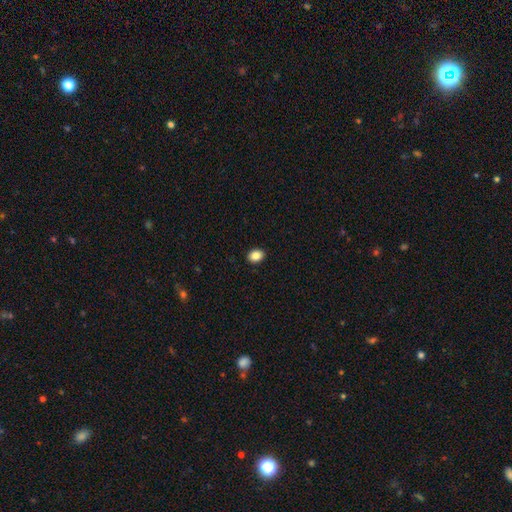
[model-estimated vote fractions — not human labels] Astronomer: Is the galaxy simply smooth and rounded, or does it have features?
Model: smooth — 86%.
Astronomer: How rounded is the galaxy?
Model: in between — 61% (runner-up: round, 38%).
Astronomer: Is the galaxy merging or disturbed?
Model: none — 91%.